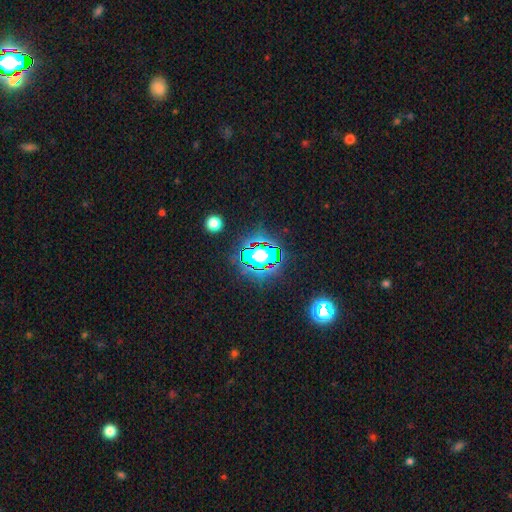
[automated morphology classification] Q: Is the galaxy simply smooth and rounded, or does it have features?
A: star or artifact — 79%.